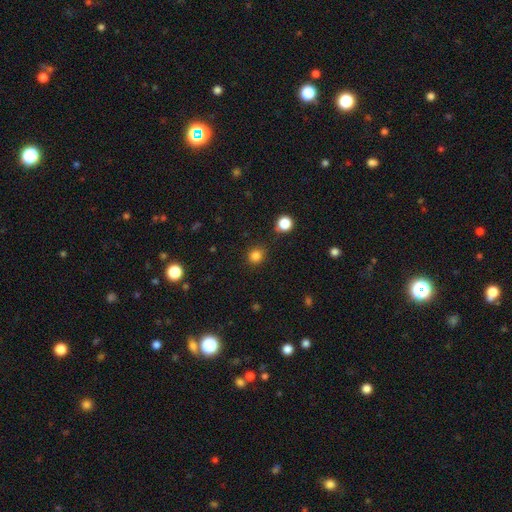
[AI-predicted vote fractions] A smooth galaxy with no disk features (83%) that is round (91%). Merging: none (87%).